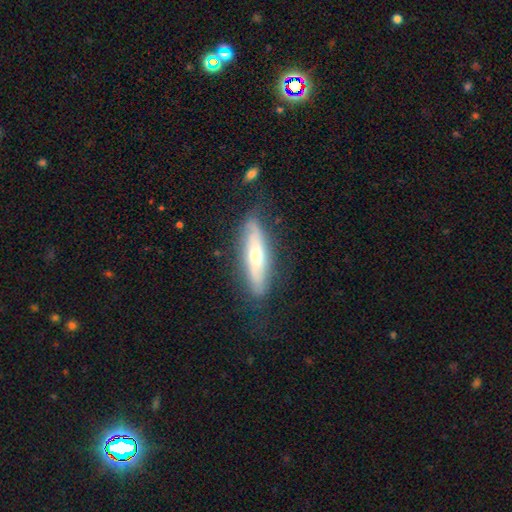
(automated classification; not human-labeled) Smooth or featured?
  - featured or disk: 50% *
  - smooth: 43%
  - star or artifact: 6%
Edge-on disk?
  - yes: 60% *
  - no: 40%
Merging?
  - none: 75% *
  - minor disturbance: 18%
  - major disturbance: 5%
  - merger: 2%